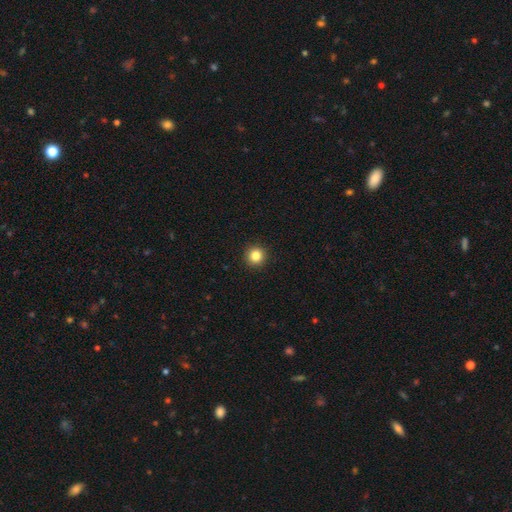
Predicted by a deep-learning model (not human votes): smooth_or_featured: smooth (p=0.84) [alt: star or artifact p=0.11]
how_rounded: round (p=0.95) [alt: in between p=0.04]
merging: none (p=0.93) [alt: minor disturbance p=0.05]